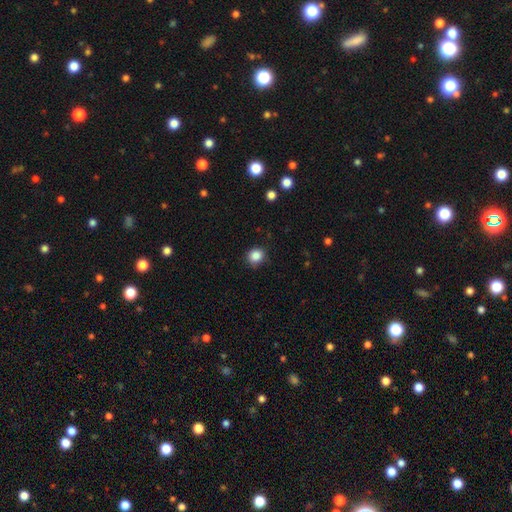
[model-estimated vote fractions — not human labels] Q: Smooth or featured?
A: smooth (86%); runner-up: star or artifact (11%)
Q: How rounded?
A: round (86%); runner-up: in between (13%)
Q: Merging?
A: none (85%); runner-up: minor disturbance (12%)